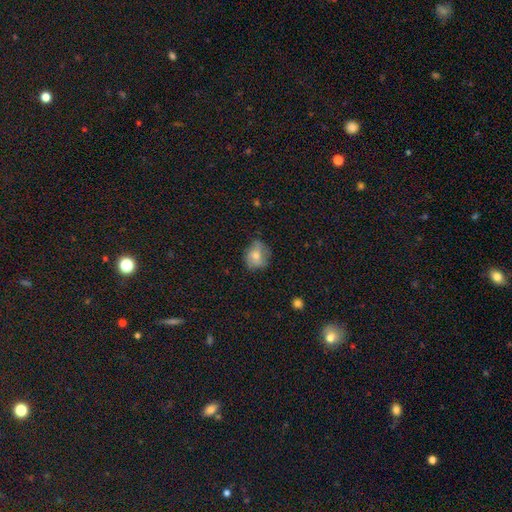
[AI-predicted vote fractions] Overall: smooth (59%; featured or disk 27%). How rounded: round (71%). Merging: none (65%; minor disturbance 25%).